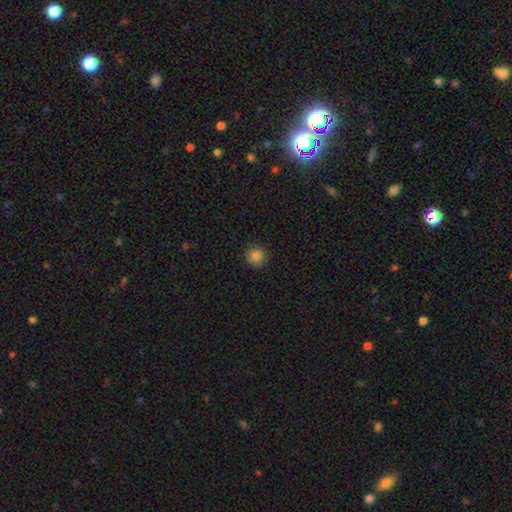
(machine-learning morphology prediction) A smooth galaxy with no disk features (85%) that is round (92%).

Vote fractions:
- Smooth or featured? smooth: 85% / star or artifact: 11% / featured or disk: 4%
- How rounded? round: 92% / in between: 7% / cigar-shaped: 1%
- Merging? none: 88% / minor disturbance: 9% / major disturbance: 2% / merger: 1%